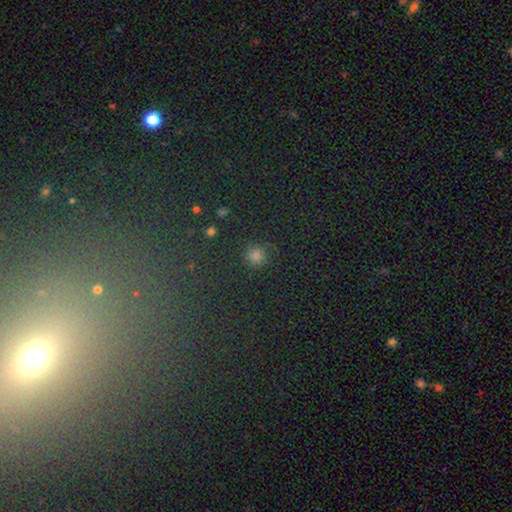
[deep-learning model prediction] Smooth or featured: smooth — 60% (star or artifact — 33%)
How rounded: round — 91% (in between — 7%)
Merging: none — 91% (minor disturbance — 5%)